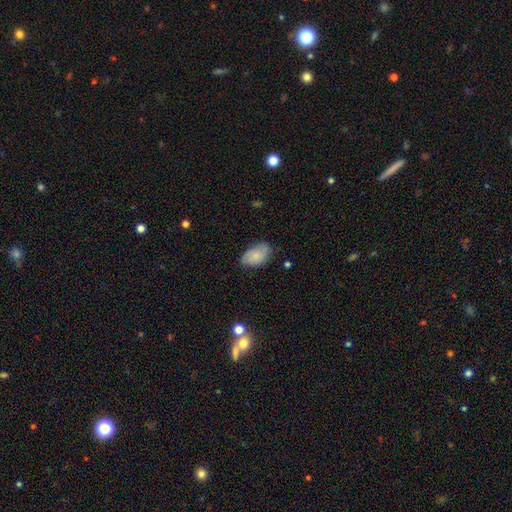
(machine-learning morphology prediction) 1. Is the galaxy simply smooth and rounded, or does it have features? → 76% smooth, 17% featured or disk, 7% star or artifact.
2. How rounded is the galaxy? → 92% in between, 7% round, 1% cigar-shaped.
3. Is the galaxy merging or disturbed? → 63% none, 29% minor disturbance, 6% major disturbance, 2% merger.